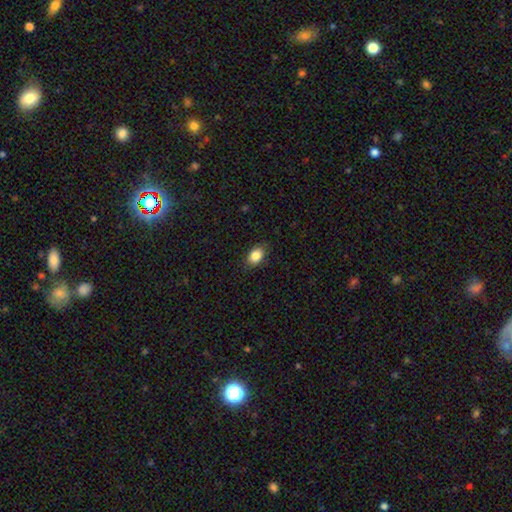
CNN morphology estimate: Smooth or featured? smooth (86%)
How rounded? in between (84%)
Merging? none (86%)